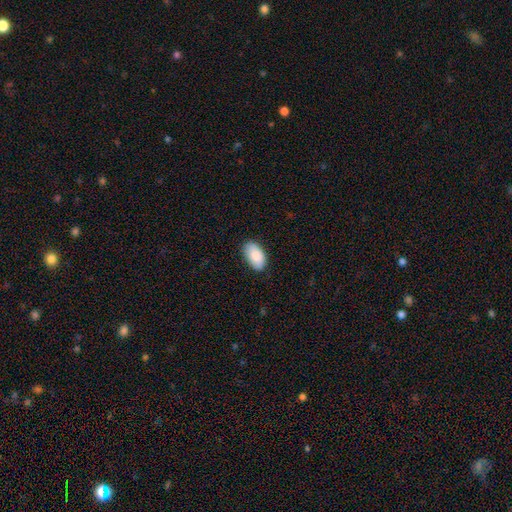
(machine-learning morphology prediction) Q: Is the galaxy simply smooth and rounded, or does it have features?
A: smooth — 89%.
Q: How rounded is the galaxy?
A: in between — 95%.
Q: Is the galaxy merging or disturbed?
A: none — 82%.